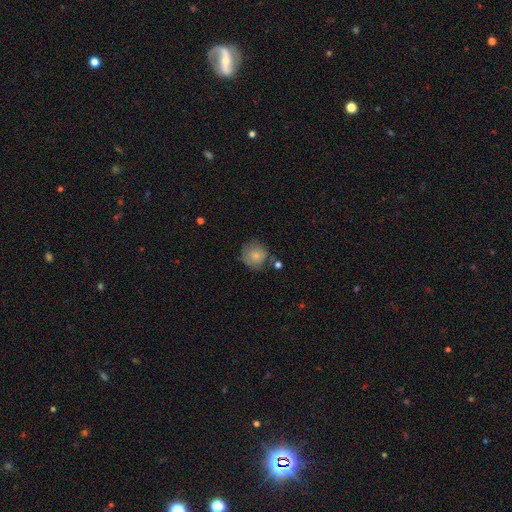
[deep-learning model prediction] Morphology: type=smooth (78%); roundness=round (88%); merging=none (66%).